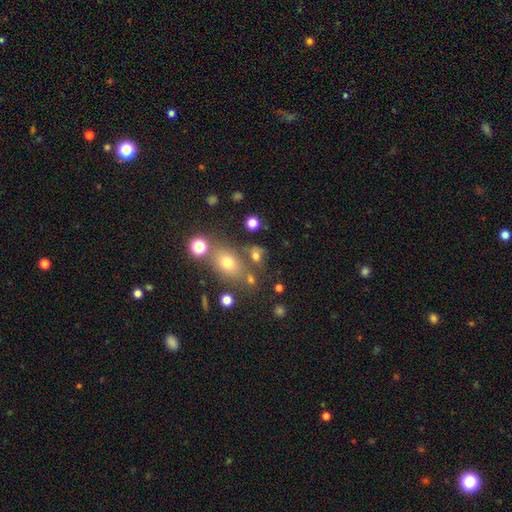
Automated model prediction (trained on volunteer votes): Overall: smooth (67%). How rounded: in between (58%; round 39%). Merging: none (57%; merger 19%).